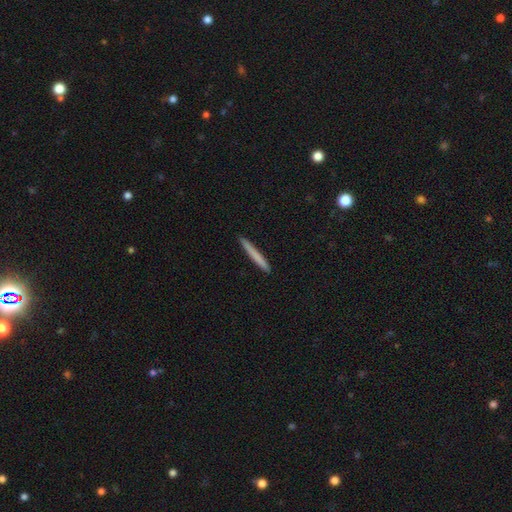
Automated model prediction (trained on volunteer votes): Q: Smooth or featured?
A: smooth (72%); runner-up: featured or disk (22%)
Q: How rounded?
A: cigar-shaped (97%); runner-up: in between (2%)
Q: Merging?
A: none (91%); runner-up: minor disturbance (6%)